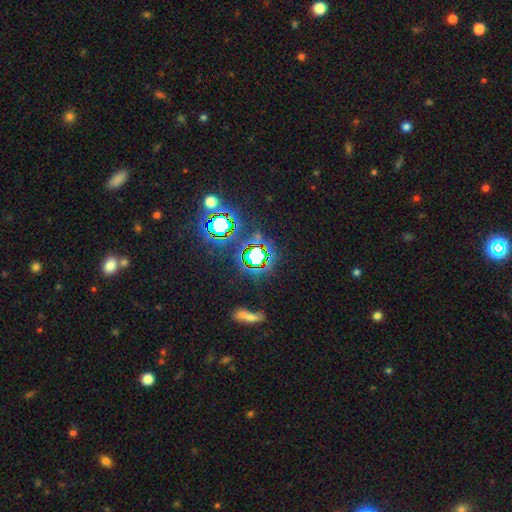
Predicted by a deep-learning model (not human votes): Smooth or featured? star or artifact (72%)